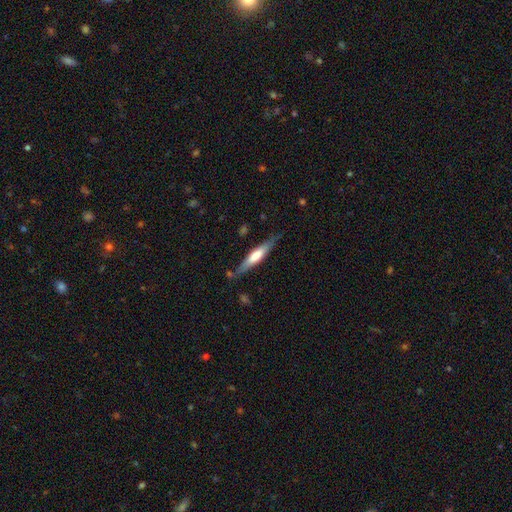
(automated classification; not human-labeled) smooth_or_featured: featured or disk (p=0.51) [alt: smooth p=0.44]
disk_edge_on: yes (p=0.92) [alt: no p=0.08]
merging: none (p=0.79) [alt: minor disturbance p=0.15]